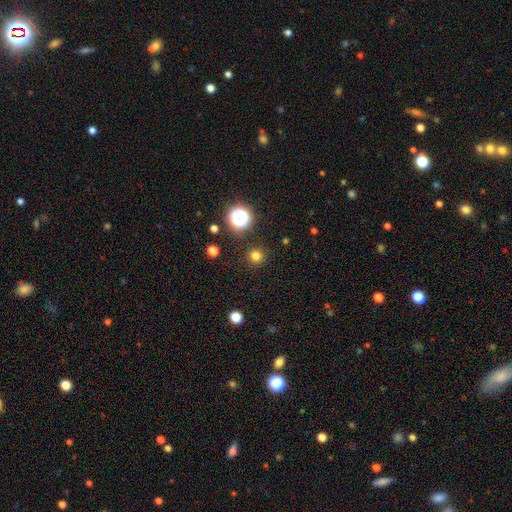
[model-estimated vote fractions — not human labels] smooth 78%, star or artifact 18%, featured or disk 4%. Down the decision tree: how rounded — round (95%); merging — none (91%).